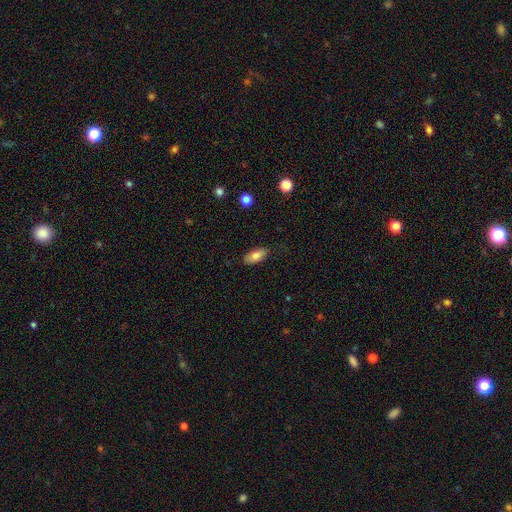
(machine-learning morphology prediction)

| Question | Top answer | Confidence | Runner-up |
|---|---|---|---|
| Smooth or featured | smooth | 80% | featured or disk (13%) |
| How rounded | in between | 87% | cigar-shaped (10%) |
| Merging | none | 83% | minor disturbance (13%) |